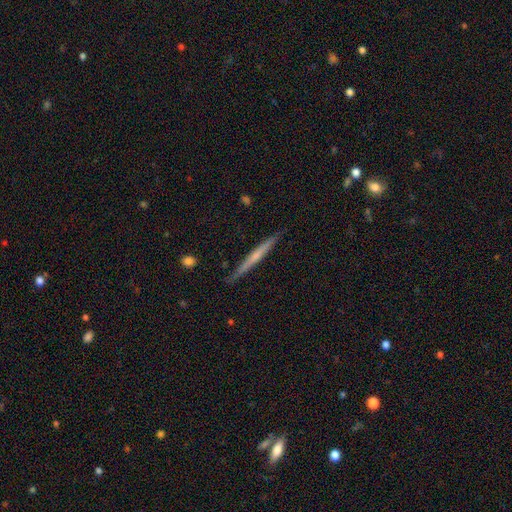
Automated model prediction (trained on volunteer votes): Smooth or featured: featured or disk — 57% (smooth — 37%)
Edge-on disk: yes — 98% (no — 2%)
Edge-on bulge: none — 62% (rounded — 33%)
Merging: none — 89% (minor disturbance — 8%)